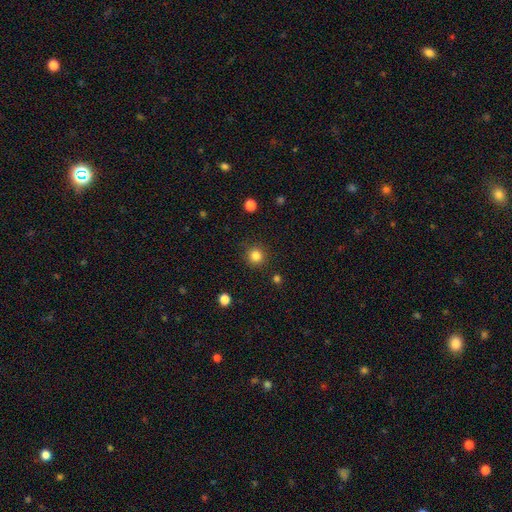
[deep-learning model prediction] This is clearly a smooth galaxy (83%). How rounded: clearly round (95%). Merging: clearly none (90%).